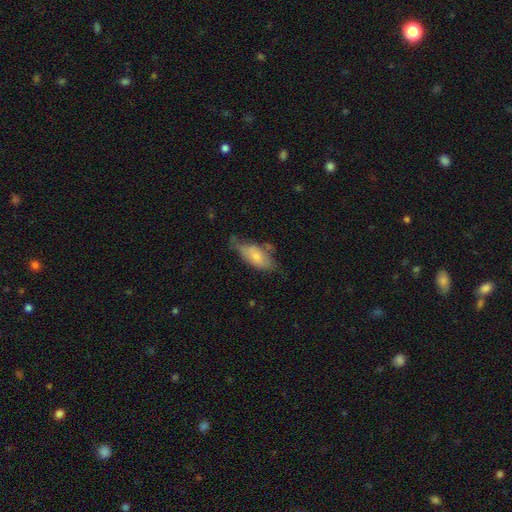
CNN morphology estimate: The model was most divided on "merging": none: 41%, minor disturbance: 36%, major disturbance: 16%, merger: 7%. More confident: how rounded — in between (83%); smooth or featured — smooth (63%).